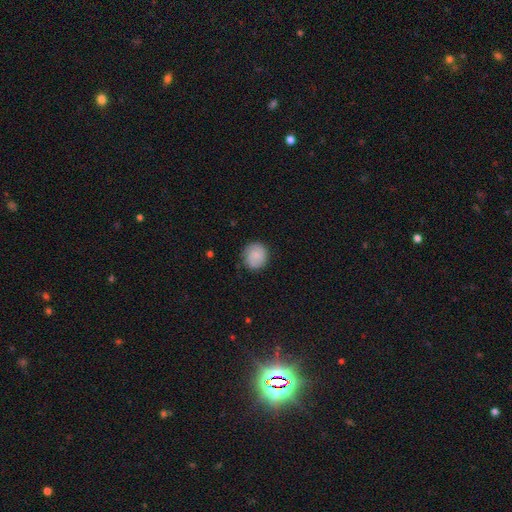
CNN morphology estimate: This appears to be a smooth galaxy with no disk features (74%) that is round (87%). Merging: none (82%).